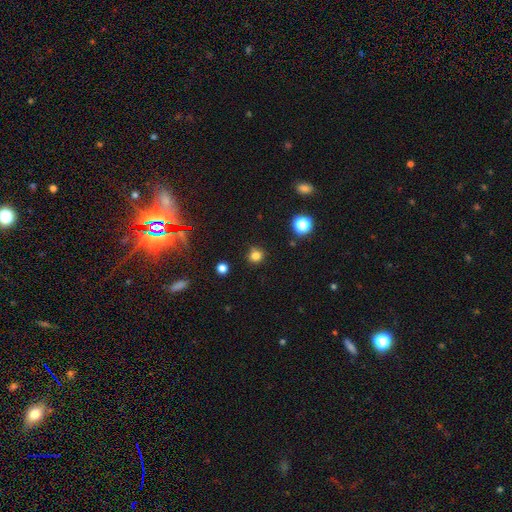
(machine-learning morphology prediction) This is likely a smooth galaxy (79%). How rounded: clearly round (90%). Merging: clearly none (83%).